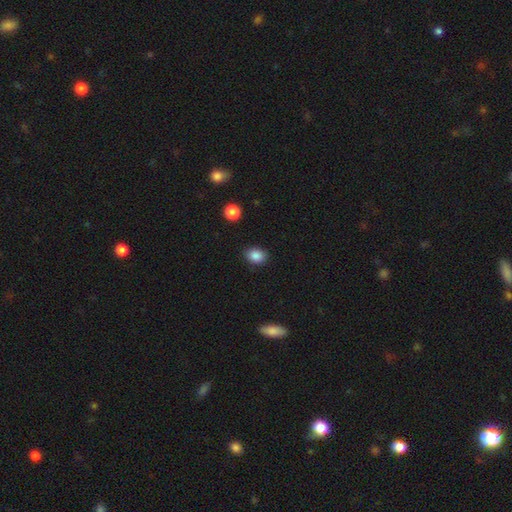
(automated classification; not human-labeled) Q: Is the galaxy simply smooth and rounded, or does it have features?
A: smooth — 87%.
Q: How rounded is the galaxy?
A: in between — 60%.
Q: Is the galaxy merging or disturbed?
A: none — 86%.